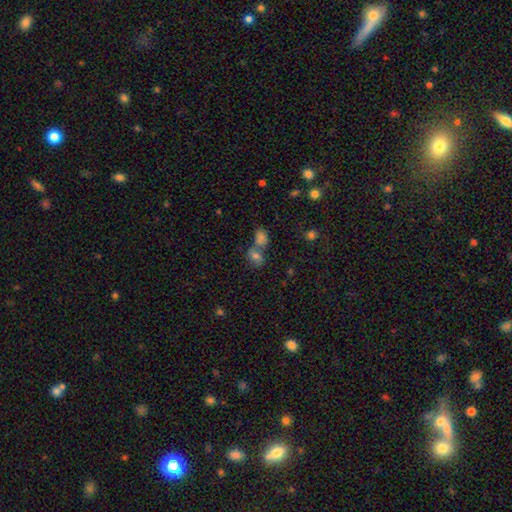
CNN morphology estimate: smooth-or-featured: smooth: 67% | star or artifact: 19% | featured or disk: 14%
  how-rounded: in between: 60% | round: 38% | cigar-shaped: 2%
  merging: merger: 45% | none: 40% | minor disturbance: 10% | major disturbance: 5%